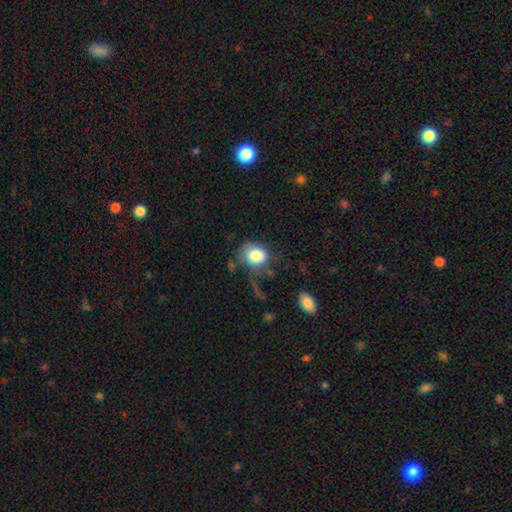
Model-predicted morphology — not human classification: Smooth or featured? smooth (80%)
How rounded? round (58%)
Merging? none (46%)